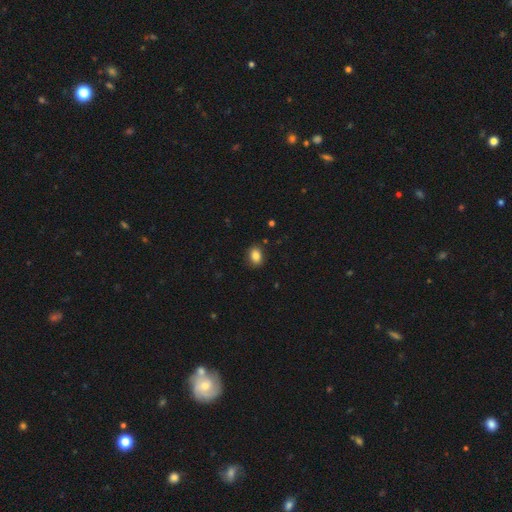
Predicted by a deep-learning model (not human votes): Q: Smooth or featured?
A: smooth (85%); runner-up: star or artifact (9%)
Q: How rounded?
A: in between (68%); runner-up: round (31%)
Q: Merging?
A: none (87%); runner-up: minor disturbance (9%)